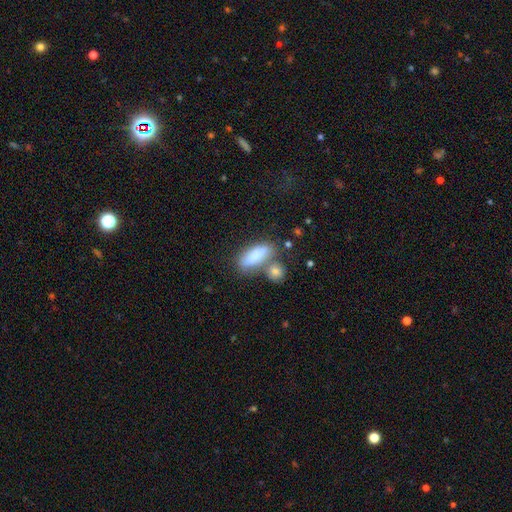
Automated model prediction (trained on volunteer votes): smooth-or-featured: smooth: 82% | featured or disk: 11% | star or artifact: 7%
  how-rounded: in between: 67% | cigar-shaped: 29% | round: 4%
  merging: none: 48% | merger: 28% | minor disturbance: 17% | major disturbance: 7%